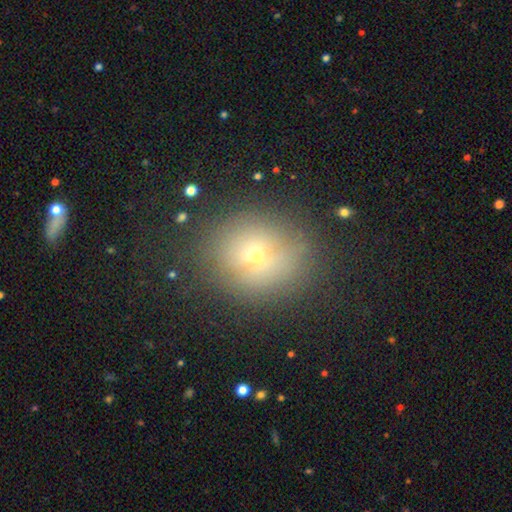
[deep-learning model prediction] smooth 59%, star or artifact 21%, featured or disk 20%. Down the decision tree: how rounded — round (84%); merging — none (76%).